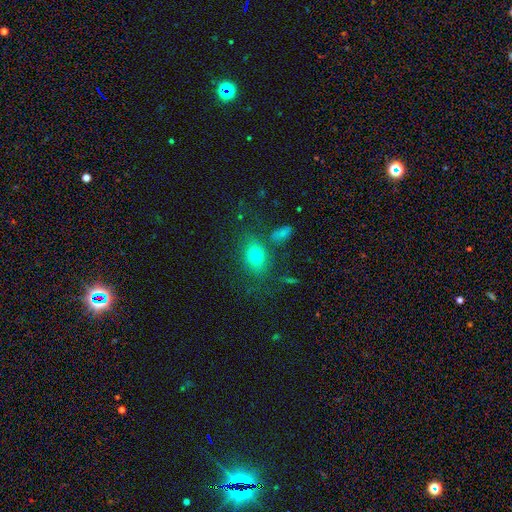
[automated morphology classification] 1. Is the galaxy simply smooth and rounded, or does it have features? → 74% smooth, 14% star or artifact, 12% featured or disk.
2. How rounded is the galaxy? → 63% in between, 35% round, 2% cigar-shaped.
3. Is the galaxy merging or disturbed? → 70% none, 15% minor disturbance, 8% merger, 7% major disturbance.